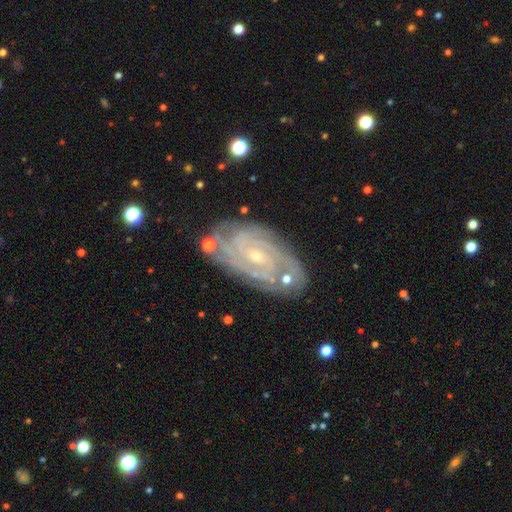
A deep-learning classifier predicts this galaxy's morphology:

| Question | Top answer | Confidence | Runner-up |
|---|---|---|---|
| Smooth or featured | featured or disk | 88% | star or artifact (6%) |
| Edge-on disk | no | 95% | yes (5%) |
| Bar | no | 57% | weak (33%) |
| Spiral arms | yes | 98% | no (2%) |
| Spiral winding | tight | 76% | medium (21%) |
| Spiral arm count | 4 | 25% | can't tell (22%) |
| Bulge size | small | 76% | moderate (20%) |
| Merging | none | 75% | minor disturbance (17%) |